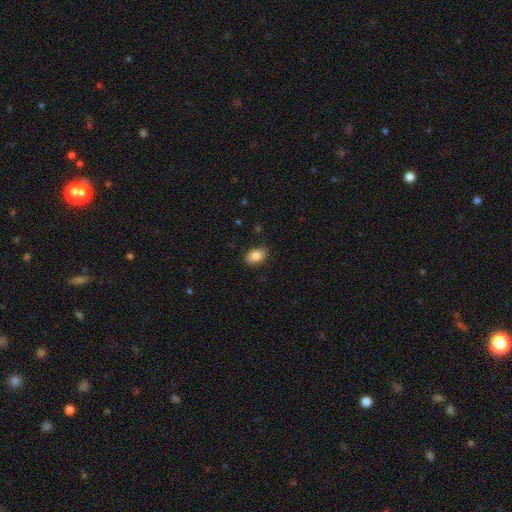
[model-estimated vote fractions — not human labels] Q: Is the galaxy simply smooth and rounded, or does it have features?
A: smooth — 87%.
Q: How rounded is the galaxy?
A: in between — 90%.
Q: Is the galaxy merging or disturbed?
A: none — 86%.